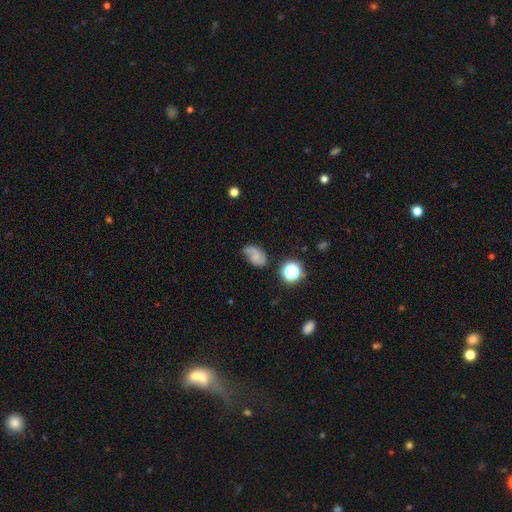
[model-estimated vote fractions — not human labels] Smooth or featured? Predicted: smooth (p=0.44). Merging? Predicted: none (p=0.52).